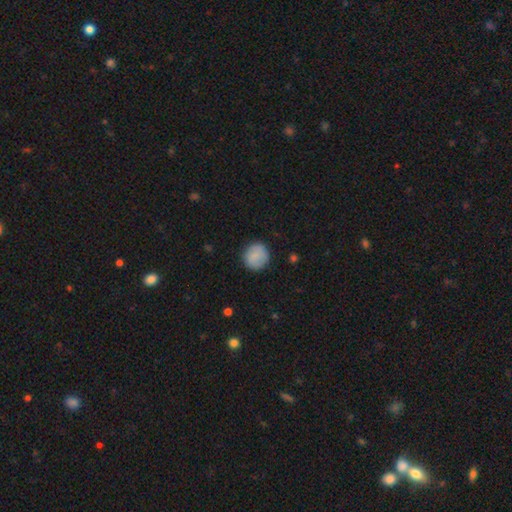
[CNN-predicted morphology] Smooth or featured: smooth — 85% (featured or disk — 8%)
How rounded: round — 91% (in between — 8%)
Merging: none — 87% (minor disturbance — 9%)